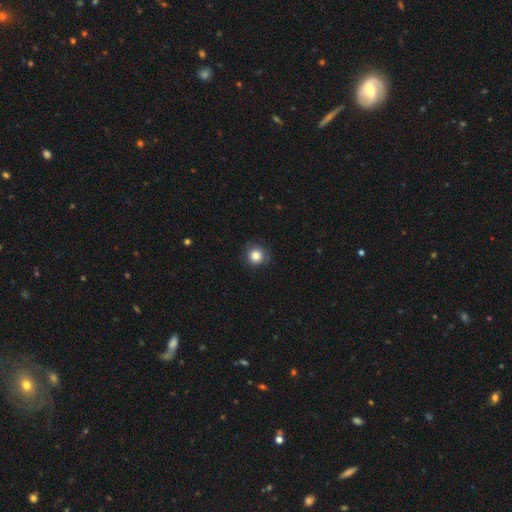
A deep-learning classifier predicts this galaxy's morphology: Smooth or featured? Predicted: smooth (p=0.83). How rounded? Predicted: round (p=0.93). Merging? Predicted: none (p=0.84).